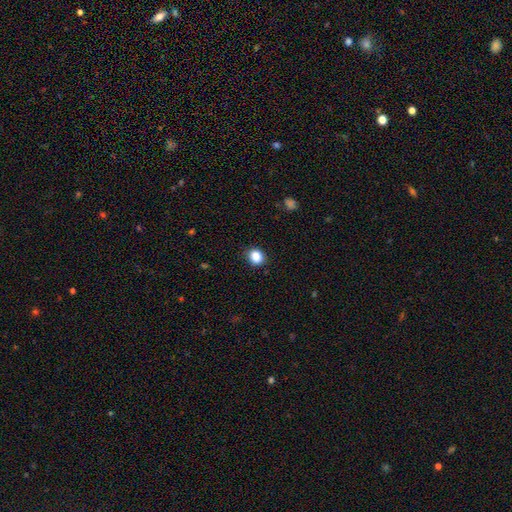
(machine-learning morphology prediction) The model was most divided on "how rounded": round: 62%, in between: 37%, cigar-shaped: 1%. More confident: merging — none (88%); smooth or featured — smooth (86%).